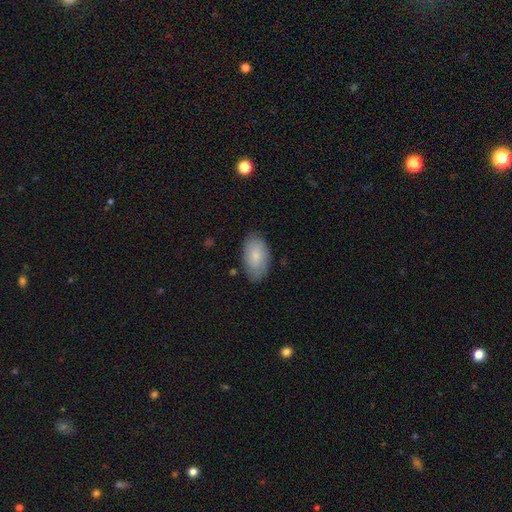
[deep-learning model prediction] smooth-or-featured: smooth: 82% | featured or disk: 13% | star or artifact: 6%
  how-rounded: in between: 94% | round: 4% | cigar-shaped: 2%
  merging: none: 81% | minor disturbance: 15% | major disturbance: 3% | merger: 1%